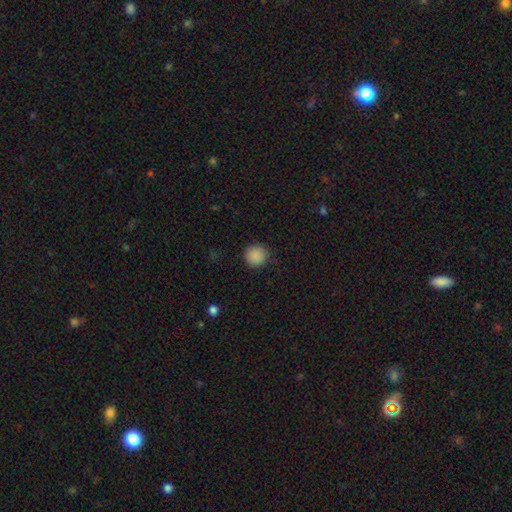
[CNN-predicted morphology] smooth_or_featured: smooth (p=0.88) [alt: star or artifact p=0.09]
how_rounded: round (p=0.94) [alt: in between p=0.05]
merging: none (p=0.90) [alt: minor disturbance p=0.07]